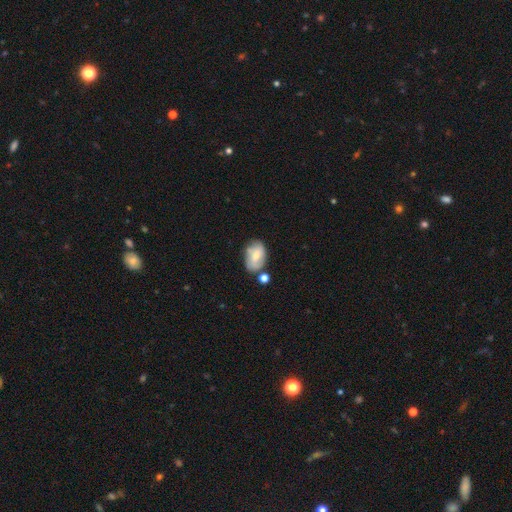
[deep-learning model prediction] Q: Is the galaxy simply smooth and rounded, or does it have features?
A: smooth — 54%.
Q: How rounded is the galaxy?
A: in between — 85%.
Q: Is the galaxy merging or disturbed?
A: none — 56%.